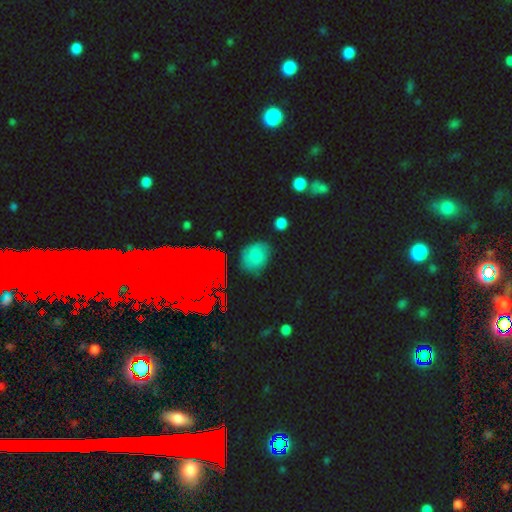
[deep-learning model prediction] The model was most divided on "smooth or featured": smooth: 59%, star or artifact: 24%, featured or disk: 17%. More confident: merging — none (82%); how rounded — round (72%).